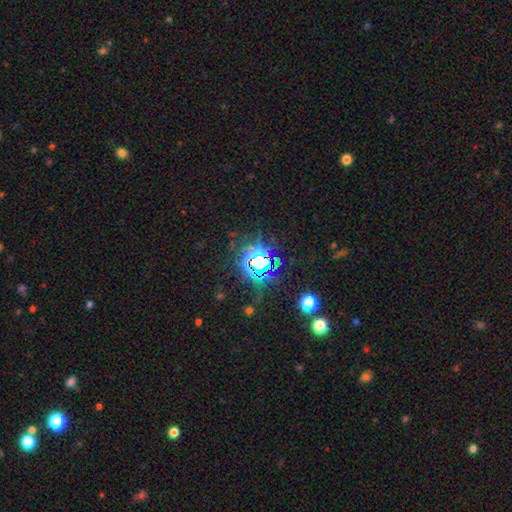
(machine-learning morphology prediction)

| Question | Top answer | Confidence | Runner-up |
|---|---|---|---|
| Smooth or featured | star or artifact | 78% | smooth (13%) |